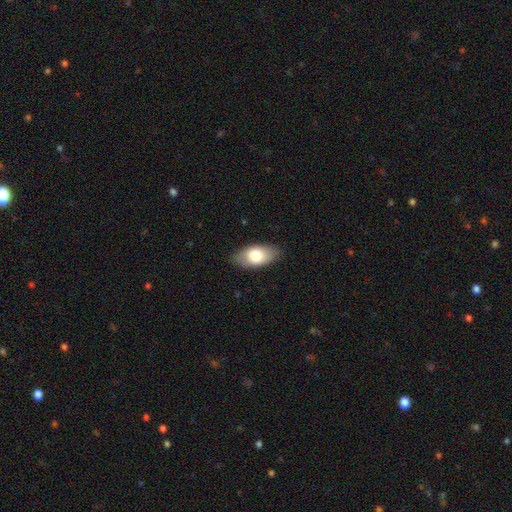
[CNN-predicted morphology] smooth 74%, featured or disk 20%, star or artifact 6%. Down the decision tree: how rounded — in between (92%); merging — none (85%).